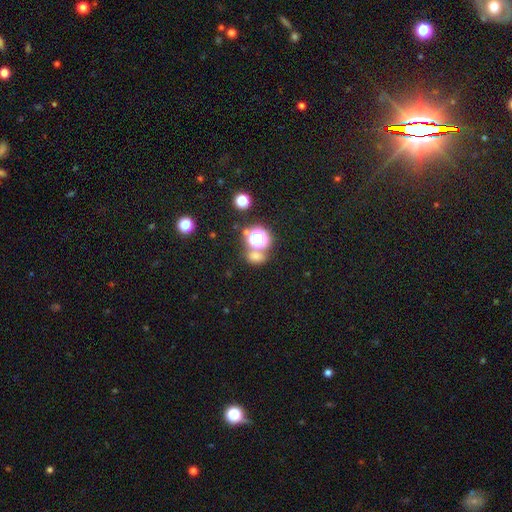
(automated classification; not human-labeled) A smooth galaxy with no disk features (59%) that is round (58%).

Vote fractions:
- Smooth or featured? smooth: 59% / star or artifact: 33% / featured or disk: 9%
- How rounded? round: 58% / in between: 40% / cigar-shaped: 2%
- Merging? none: 61% / merger: 24% / minor disturbance: 10% / major disturbance: 5%